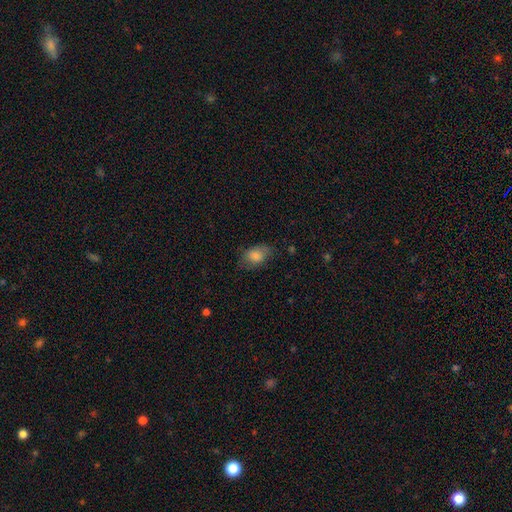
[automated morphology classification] Smooth or featured? smooth (80%)
How rounded? in between (84%)
Merging? none (67%)